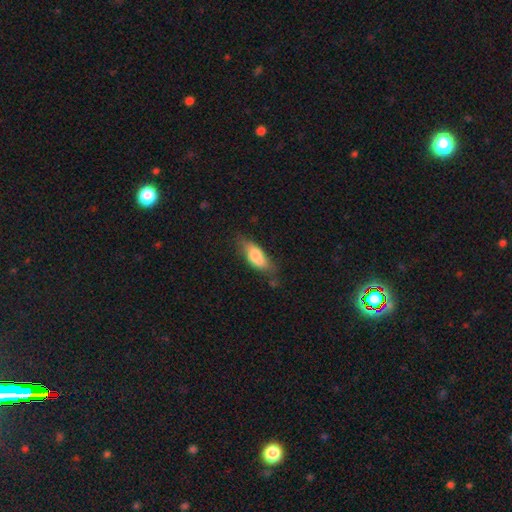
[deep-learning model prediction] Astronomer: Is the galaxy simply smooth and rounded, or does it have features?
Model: smooth — 74%.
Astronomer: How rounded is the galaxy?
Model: in between — 74%.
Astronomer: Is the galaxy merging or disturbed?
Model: none — 60%.